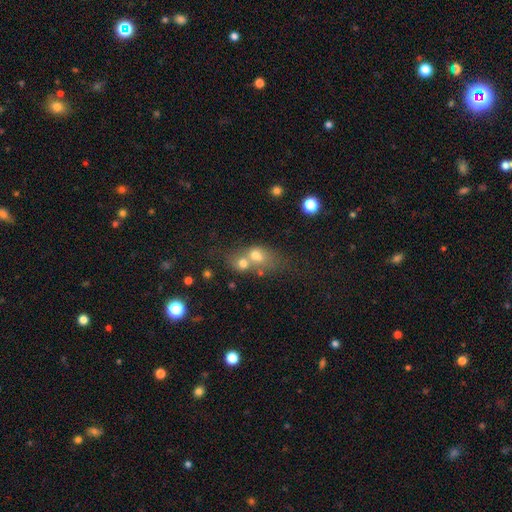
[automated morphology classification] This is likely a smooth galaxy (63%). How rounded: possibly in between (55%). Merging: likely merger (66%).